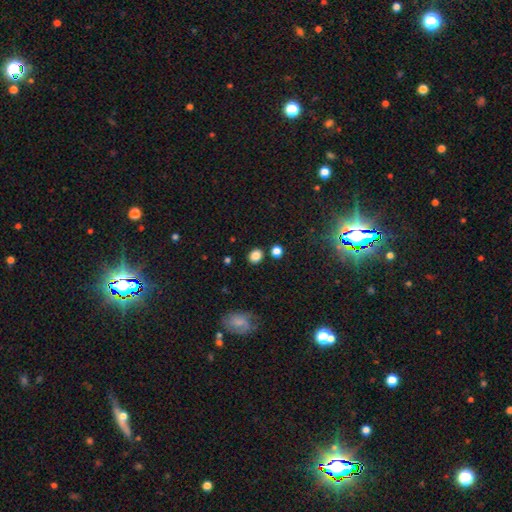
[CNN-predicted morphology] A smooth galaxy with no disk features (83%) that is round (66%).

Vote fractions:
- Smooth or featured? smooth: 83% / star or artifact: 12% / featured or disk: 5%
- How rounded? round: 66% / in between: 33% / cigar-shaped: 1%
- Merging? none: 83% / minor disturbance: 8% / merger: 5% / major disturbance: 3%